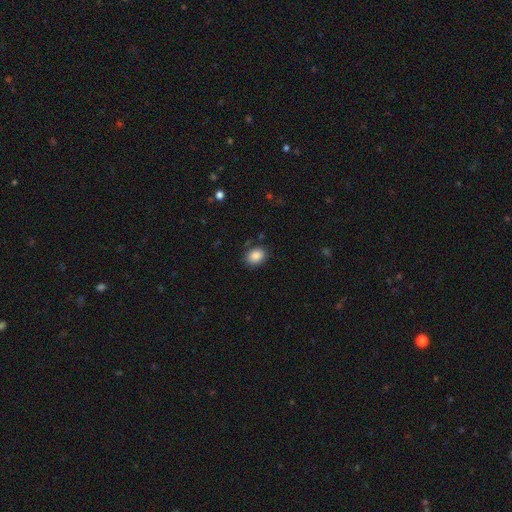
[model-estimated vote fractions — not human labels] Smooth or featured?
  - smooth: 87% *
  - star or artifact: 9%
  - featured or disk: 4%
How rounded?
  - in between: 59% *
  - round: 40%
  - cigar-shaped: 1%
Merging?
  - none: 84% *
  - minor disturbance: 11%
  - major disturbance: 3%
  - merger: 2%